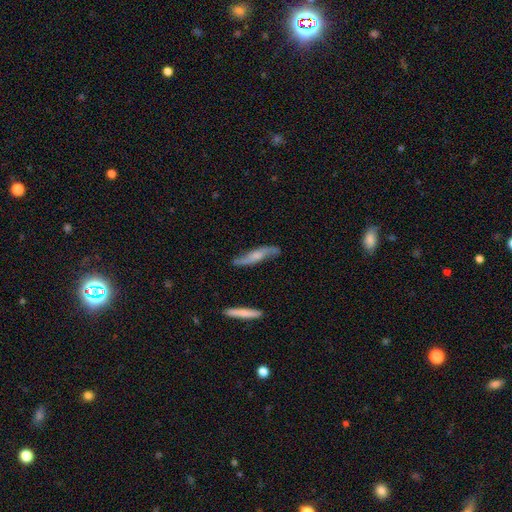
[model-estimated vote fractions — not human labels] Morphology: type=featured or disk (71%); edge-on=no (65%); merging=none (76%).